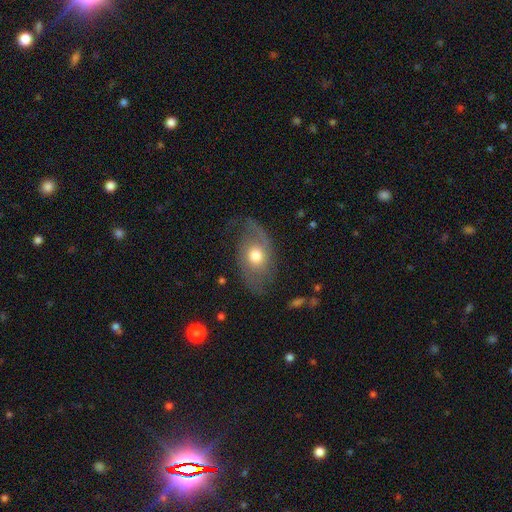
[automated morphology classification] The model was most divided on "spiral winding": loose: 44%, medium: 39%, tight: 17%. More confident: edge-on disk — no (94%); spiral arms — yes (84%); spiral arm count — 2 (82%); bar — no (77%); bulge size — moderate (70%); smooth or featured — featured or disk (68%); merging — none (65%).